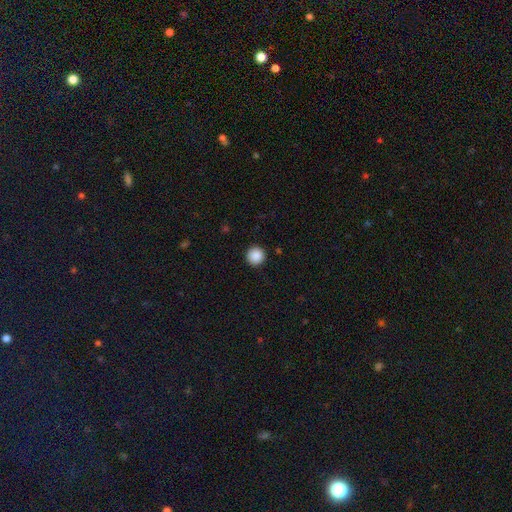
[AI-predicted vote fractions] Overall: smooth (88%). How rounded: round (96%). Merging: none (93%).